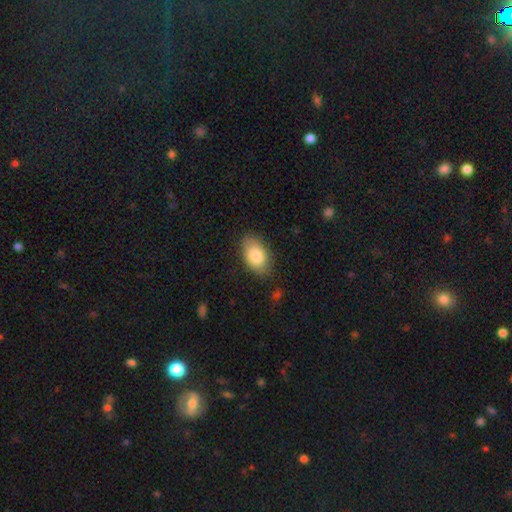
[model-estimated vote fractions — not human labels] Q: Smooth or featured?
A: smooth (84%); runner-up: featured or disk (10%)
Q: How rounded?
A: in between (91%); runner-up: round (7%)
Q: Merging?
A: none (80%); runner-up: minor disturbance (16%)